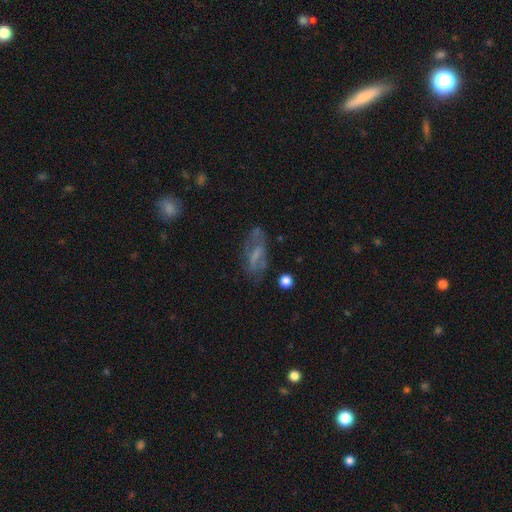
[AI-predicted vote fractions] Smooth or featured?
  - featured or disk: 50% *
  - smooth: 38%
  - star or artifact: 12%
Edge-on disk?
  - no: 86% *
  - yes: 14%
Merging?
  - none: 54% *
  - minor disturbance: 23%
  - major disturbance: 18%
  - merger: 5%